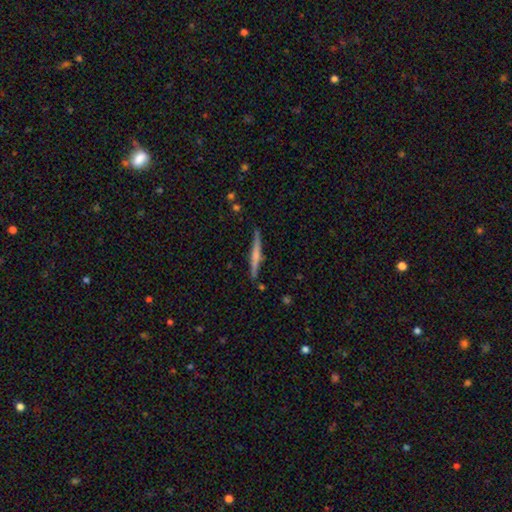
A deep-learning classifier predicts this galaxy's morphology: smooth-or-featured: featured or disk: 58% | smooth: 36% | star or artifact: 6%
  disk-edge-on: yes: 98% | no: 2%
    edge-on-bulge: rounded: 61% | none: 27% | boxy: 12%
  merging: none: 87% | minor disturbance: 9% | merger: 2% | major disturbance: 2%